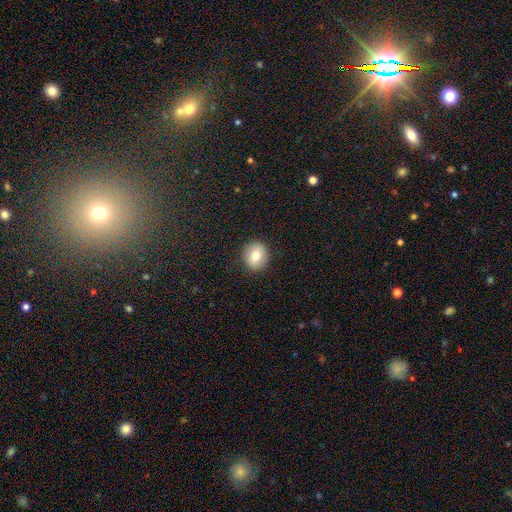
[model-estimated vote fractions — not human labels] The model was most divided on "smooth or featured": smooth: 77%, featured or disk: 14%, star or artifact: 9%. More confident: merging — none (90%); how rounded — round (82%).